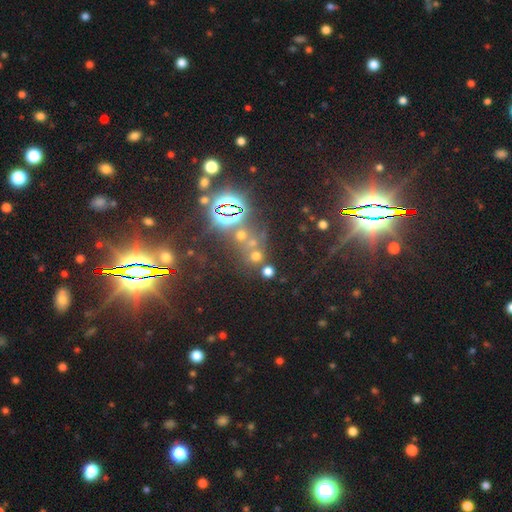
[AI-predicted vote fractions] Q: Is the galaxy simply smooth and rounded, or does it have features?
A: smooth — 52%.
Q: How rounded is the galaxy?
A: round — 85%.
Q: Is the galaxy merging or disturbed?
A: none — 61%.